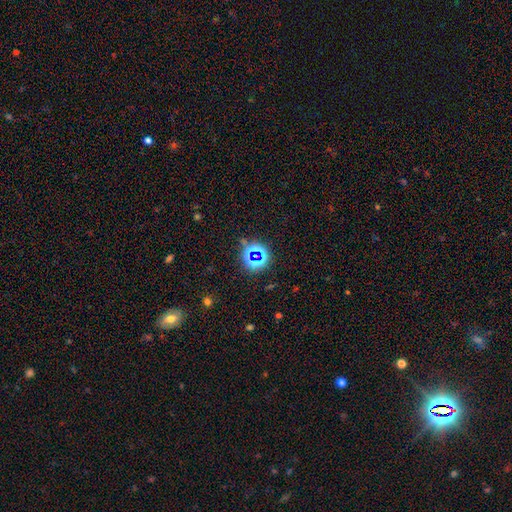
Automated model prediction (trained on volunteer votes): Smooth or featured: star or artifact — 71% (smooth — 19%)